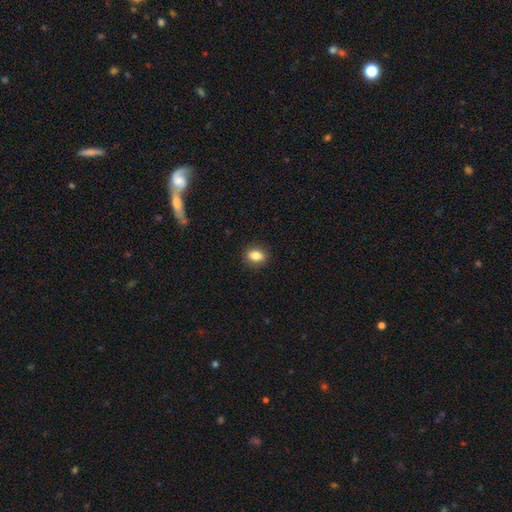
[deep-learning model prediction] Smooth or featured? Predicted: smooth (p=0.83). How rounded? Predicted: in between (p=0.63). Merging? Predicted: none (p=0.89).